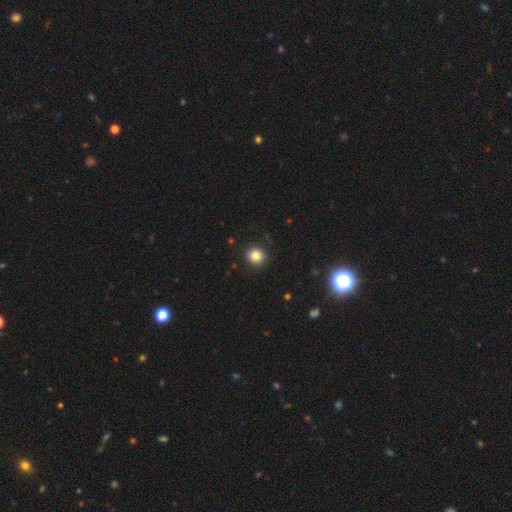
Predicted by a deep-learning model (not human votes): A smooth galaxy with no disk features (83%) that is round (94%). Merging: none (91%).